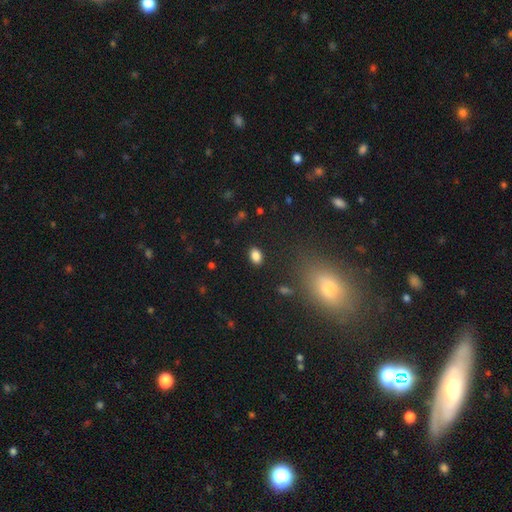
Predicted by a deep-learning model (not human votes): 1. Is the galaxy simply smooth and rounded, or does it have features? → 85% smooth, 10% star or artifact, 5% featured or disk.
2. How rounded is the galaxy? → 83% in between, 16% round, 2% cigar-shaped.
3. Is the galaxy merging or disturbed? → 87% none, 8% minor disturbance, 3% major disturbance, 2% merger.